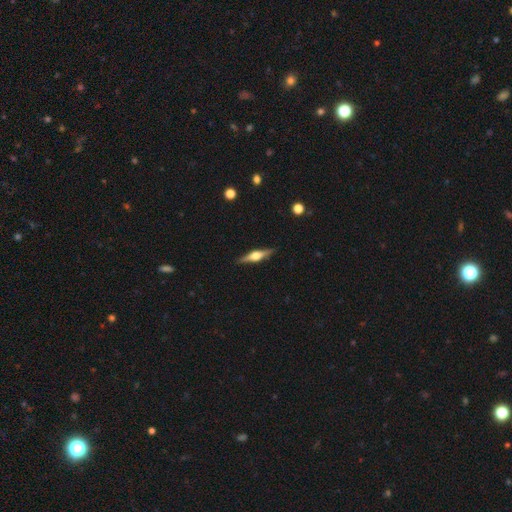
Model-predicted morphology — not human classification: This is likely a featured or disk galaxy (72%). It is clearly viewed edge-on (98%). Edge-on bulge: clearly rounded (92%). Merging: clearly none (90%).